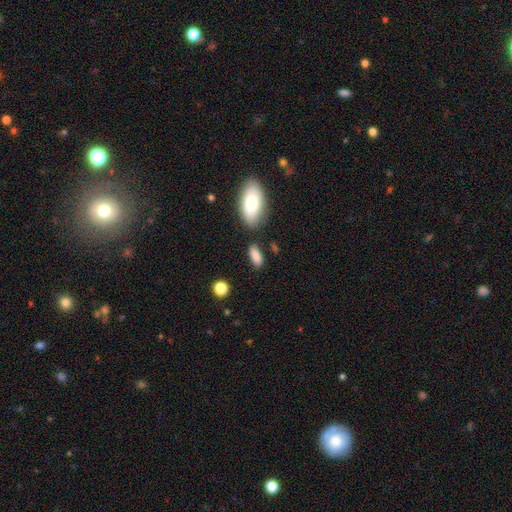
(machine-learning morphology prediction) Smooth or featured: smooth — 86% (star or artifact — 7%)
How rounded: in between — 79% (cigar-shaped — 17%)
Merging: none — 75% (minor disturbance — 15%)